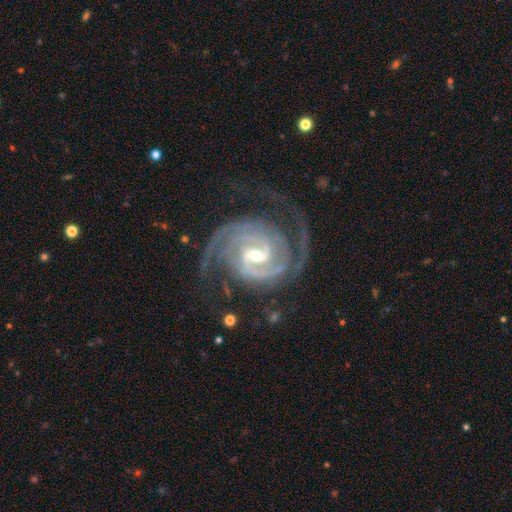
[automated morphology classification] smooth-or-featured: featured or disk: 94% | star or artifact: 4% | smooth: 2%
  disk-edge-on: no: 98% | yes: 2%
    bar: weak: 48% | strong: 38% | no: 13%
    has-spiral-arms: yes: 99% | no: 1%
      spiral-winding: tight: 56% | medium: 38% | loose: 6%
      spiral-arm-count: 2: 67% | 3: 15% | can't tell: 6% | 4: 5% | more than 4: 3% | 1: 3%
    bulge-size: moderate: 51% | small: 45% | large: 3% | none: 1% | dominant: 1%
  merging: none: 71% | minor disturbance: 16% | major disturbance: 12% | merger: 2%